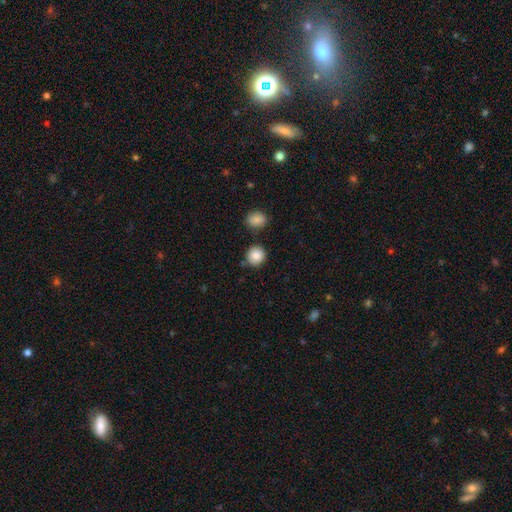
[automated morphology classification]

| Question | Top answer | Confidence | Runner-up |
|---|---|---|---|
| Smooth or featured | smooth | 87% | star or artifact (9%) |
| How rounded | round | 91% | in between (9%) |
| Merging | none | 81% | minor disturbance (10%) |